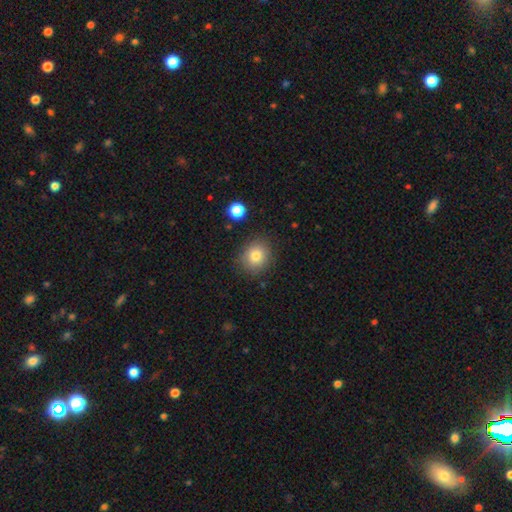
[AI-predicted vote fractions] A smooth galaxy with no disk features (80%) that is round (77%). Merging: none (84%).